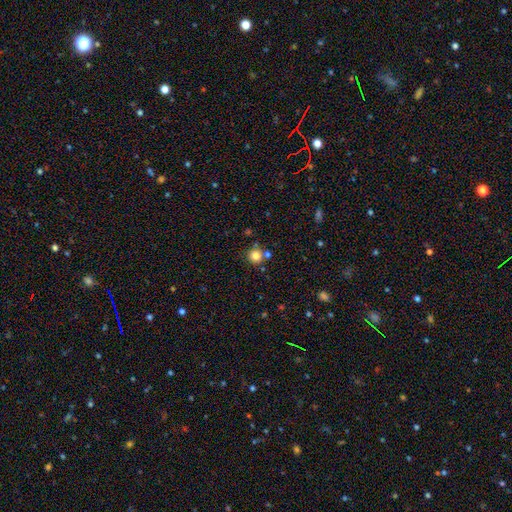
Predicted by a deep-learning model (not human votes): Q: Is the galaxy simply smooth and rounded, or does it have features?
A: smooth — 82%.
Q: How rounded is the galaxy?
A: round — 93%.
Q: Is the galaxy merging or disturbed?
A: none — 75%.